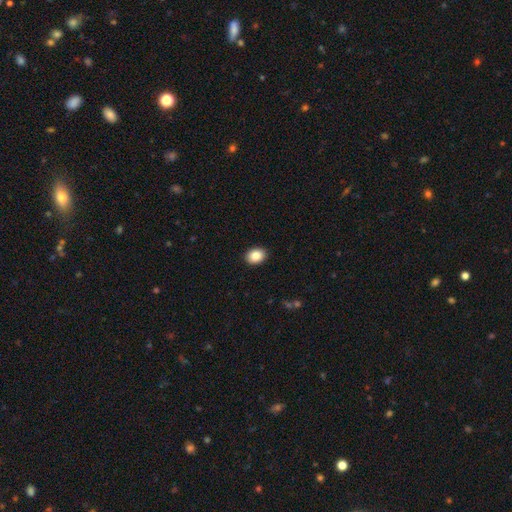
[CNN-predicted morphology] A smooth galaxy with no disk features (87%) that is in between round and cigar-shaped (63%). Merging: none (91%).